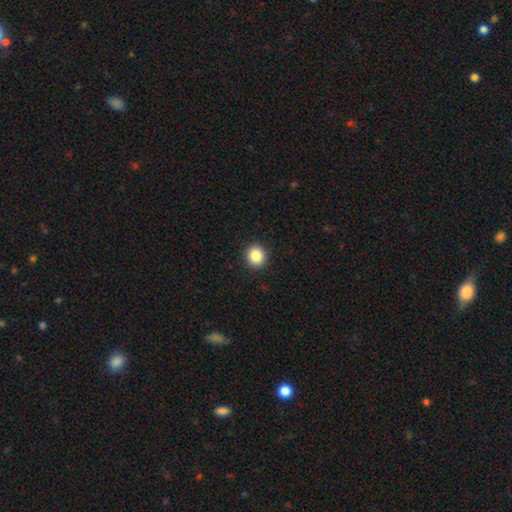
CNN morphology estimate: Smooth or featured? smooth (85%)
How rounded? round (89%)
Merging? none (92%)